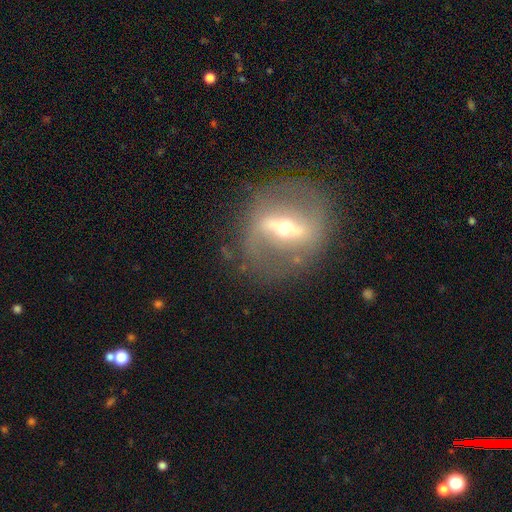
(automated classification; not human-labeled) A featured or disk galaxy (79%) with a strong bar (69%), spiral arms (52%) and a moderate central bulge (58%). Merging: none (80%).